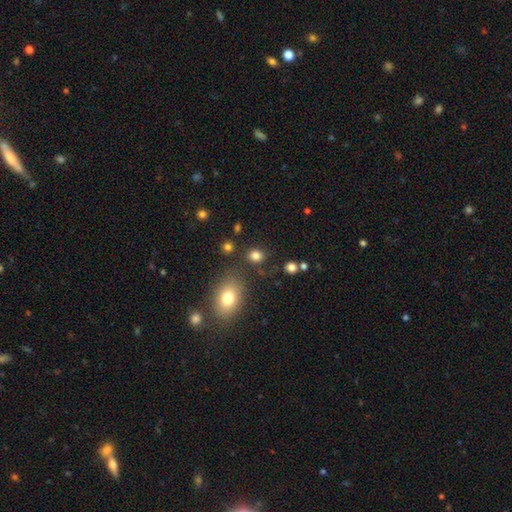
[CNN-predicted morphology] This appears to be a smooth galaxy with no disk features (83%) that is round (60%). Merging: none (79%).